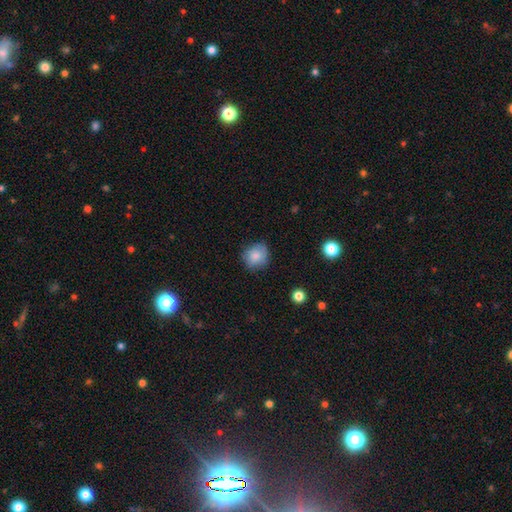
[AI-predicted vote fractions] The model was most divided on "merging": none: 76%, minor disturbance: 19%, major disturbance: 4%, merger: 1%. More confident: smooth or featured — smooth (84%); how rounded — round (79%).